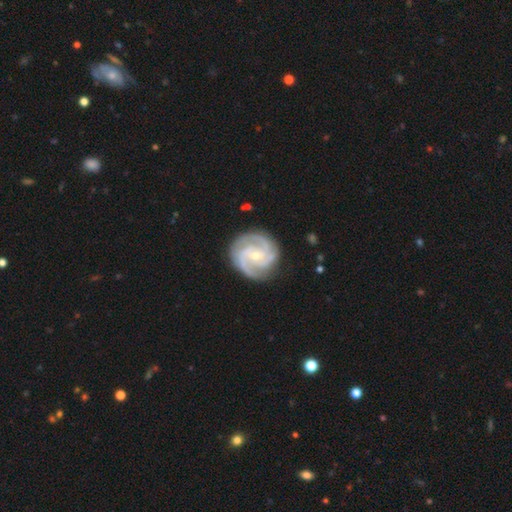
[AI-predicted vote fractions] This appears to be a featured or disk galaxy (92%) with no bar (45%), 3 (55%) tight (58%) spiral arms (99%) and a small central bulge (61%). Merging: none (83%).